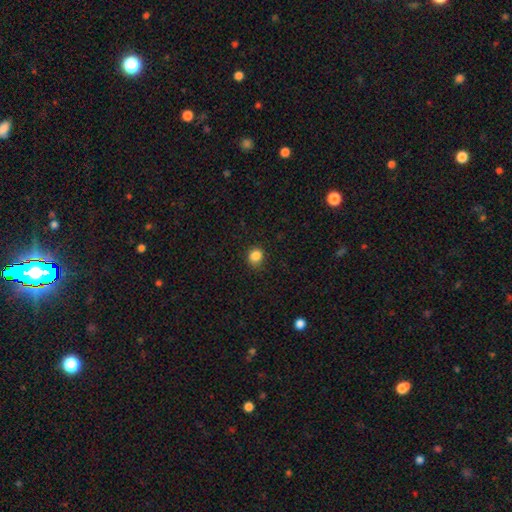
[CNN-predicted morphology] smooth_or_featured: smooth (p=0.85) [alt: star or artifact p=0.12]
how_rounded: round (p=0.76) [alt: in between p=0.23]
merging: none (p=0.77) [alt: minor disturbance p=0.18]